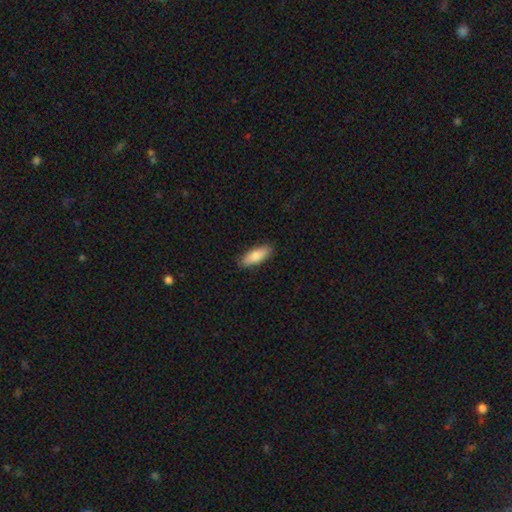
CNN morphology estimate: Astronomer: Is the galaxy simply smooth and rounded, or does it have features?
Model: smooth — 81%.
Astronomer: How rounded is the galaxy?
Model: in between — 67%.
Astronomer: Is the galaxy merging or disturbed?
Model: none — 87%.